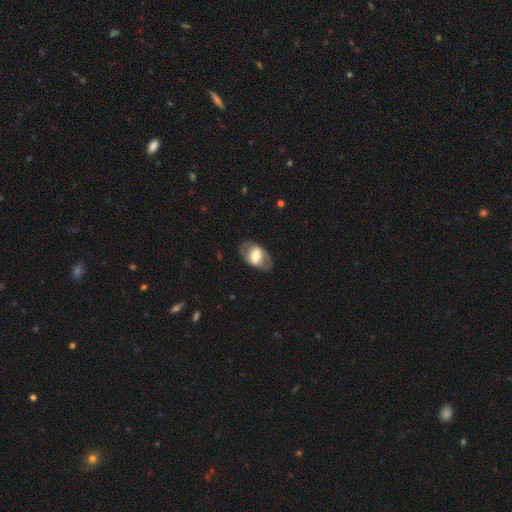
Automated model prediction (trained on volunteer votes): Overall: smooth (49%; featured or disk 44%). Merging: none (78%).